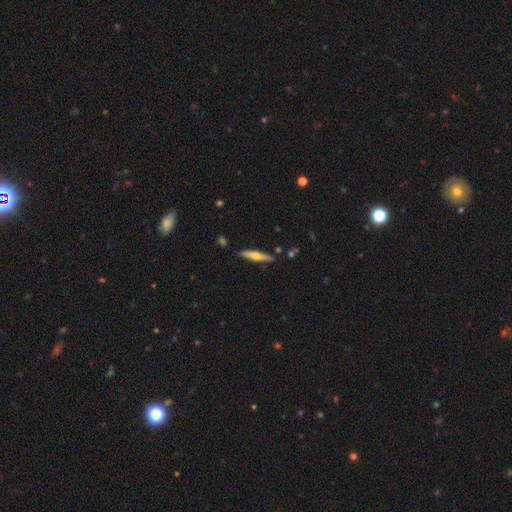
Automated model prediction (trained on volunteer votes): A featured or disk galaxy (50%) viewed edge-on (94%).

Vote fractions:
- Smooth or featured? featured or disk: 50% / smooth: 44% / star or artifact: 6%
- Edge-on disk? yes: 94% / no: 6%
- Merging? none: 87% / minor disturbance: 9% / merger: 2% / major disturbance: 2%